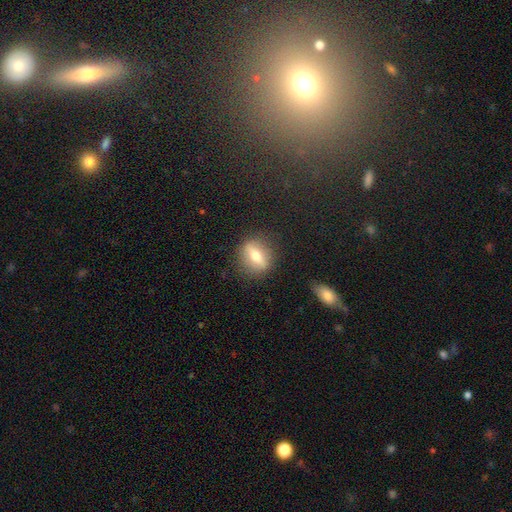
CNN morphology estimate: smooth_or_featured: smooth (p=0.47) [alt: featured or disk p=0.44]
merging: none (p=0.86) [alt: minor disturbance p=0.09]